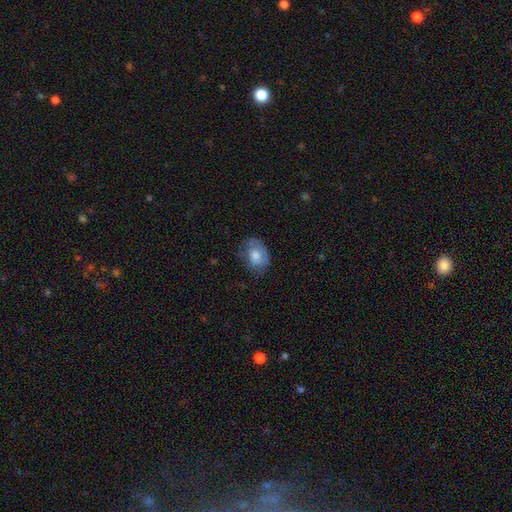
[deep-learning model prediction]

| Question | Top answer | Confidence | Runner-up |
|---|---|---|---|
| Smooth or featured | smooth | 64% | featured or disk (28%) |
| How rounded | in between | 65% | round (34%) |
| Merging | none | 59% | minor disturbance (28%) |